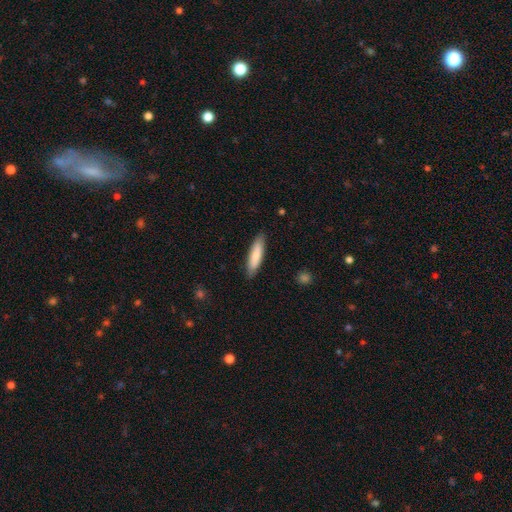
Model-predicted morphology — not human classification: type=smooth (80%); roundness=cigar-shaped (70%); merging=none (87%).